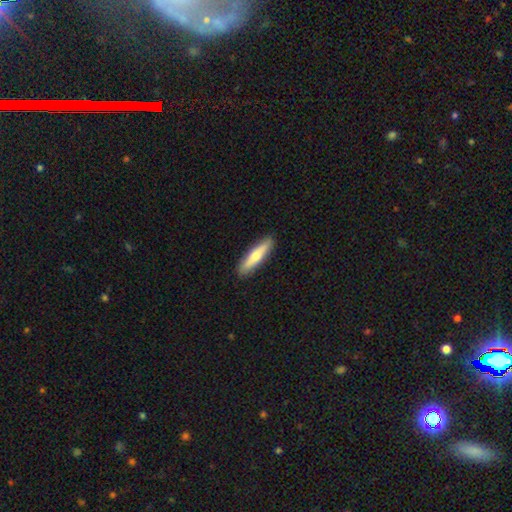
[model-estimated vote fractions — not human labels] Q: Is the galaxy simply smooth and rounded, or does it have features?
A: smooth — 62%.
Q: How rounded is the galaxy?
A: cigar-shaped — 82%.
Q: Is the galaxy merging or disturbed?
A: none — 91%.